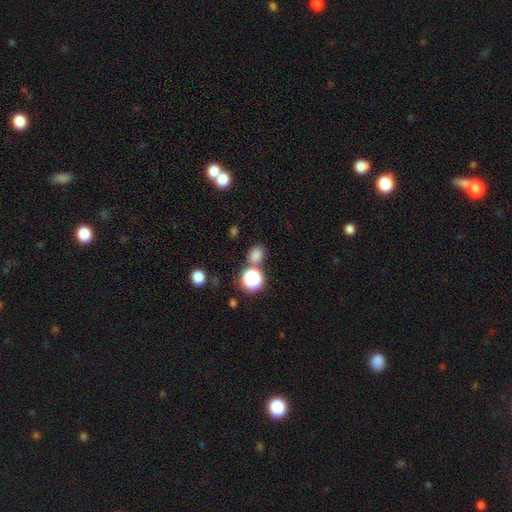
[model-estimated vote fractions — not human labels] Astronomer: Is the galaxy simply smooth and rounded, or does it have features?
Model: smooth — 75%.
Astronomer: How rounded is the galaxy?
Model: round — 52% (runner-up: in between, 47%).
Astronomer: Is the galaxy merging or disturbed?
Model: none — 70%.